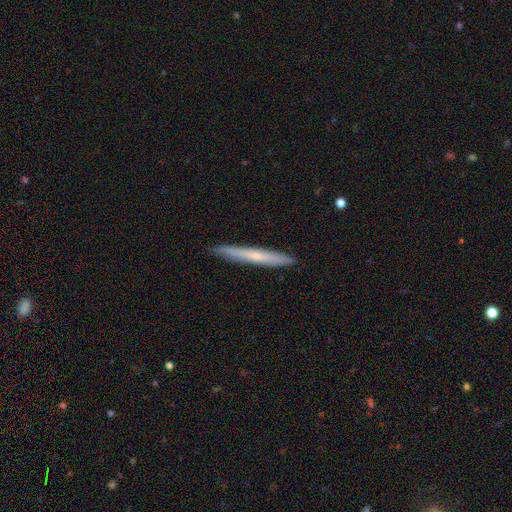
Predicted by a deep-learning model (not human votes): Q: Smooth or featured?
A: smooth (51%); runner-up: featured or disk (43%)
Q: How rounded?
A: cigar-shaped (97%); runner-up: in between (2%)
Q: Merging?
A: none (91%); runner-up: minor disturbance (7%)